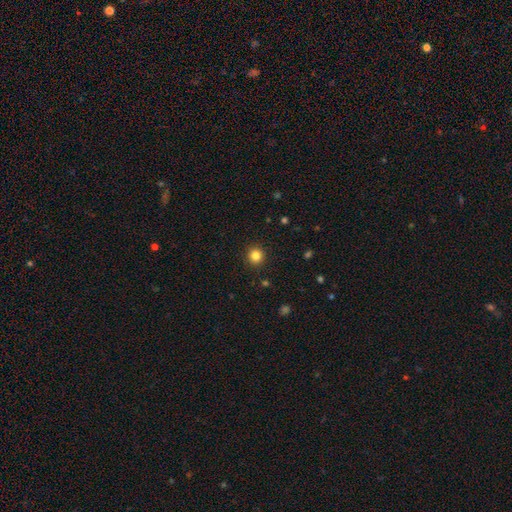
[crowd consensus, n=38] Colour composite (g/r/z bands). It shows a smooth galaxy with no disk features (92%) that is round (89%). Merging: none (89%).